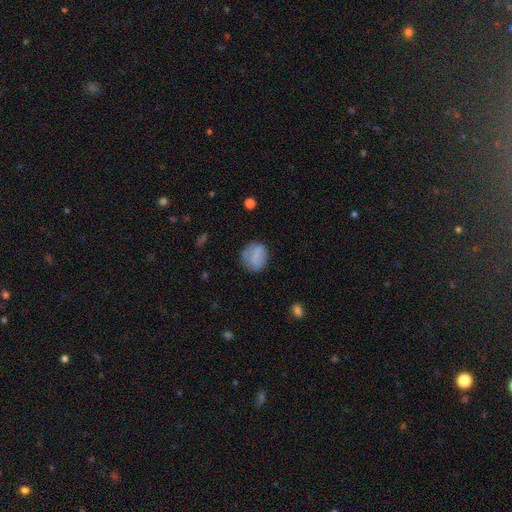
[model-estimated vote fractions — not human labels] Morphology: type=smooth (72%); roundness=round (70%); merging=none (69%).